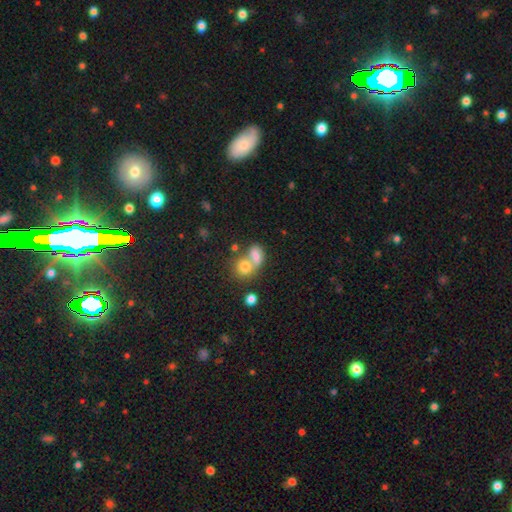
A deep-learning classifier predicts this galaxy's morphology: Q: Smooth or featured?
A: smooth (73%); runner-up: featured or disk (16%)
Q: How rounded?
A: in between (62%); runner-up: round (36%)
Q: Merging?
A: merger (63%); runner-up: none (25%)